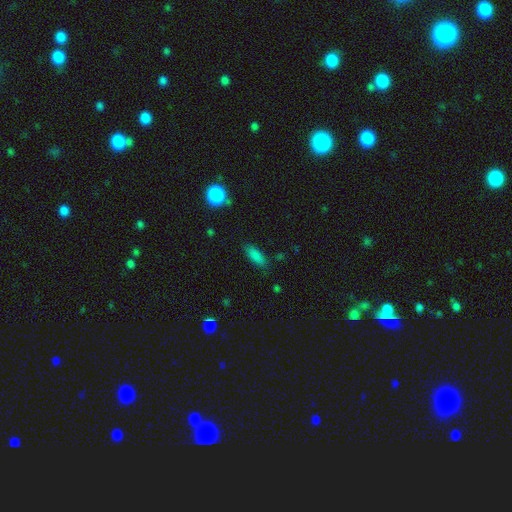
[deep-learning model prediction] The model was most divided on "how rounded": in between: 67%, cigar-shaped: 30%, round: 3%. More confident: smooth or featured — smooth (85%); merging — none (82%).